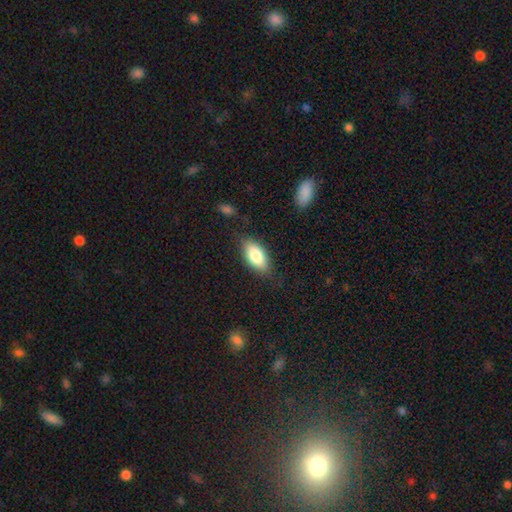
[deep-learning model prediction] smooth-or-featured: smooth: 82% | featured or disk: 12% | star or artifact: 7%
  how-rounded: in between: 90% | cigar-shaped: 7% | round: 3%
  merging: none: 80% | minor disturbance: 15% | major disturbance: 4% | merger: 2%